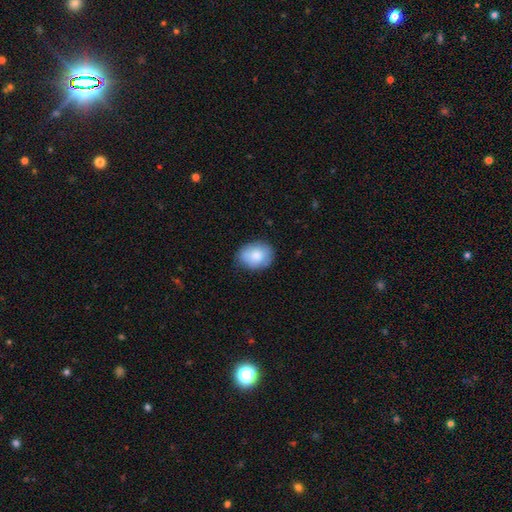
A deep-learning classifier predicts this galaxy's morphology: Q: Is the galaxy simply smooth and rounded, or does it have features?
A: smooth — 79%.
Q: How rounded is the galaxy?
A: in between — 61%.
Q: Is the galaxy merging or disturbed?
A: none — 71%.